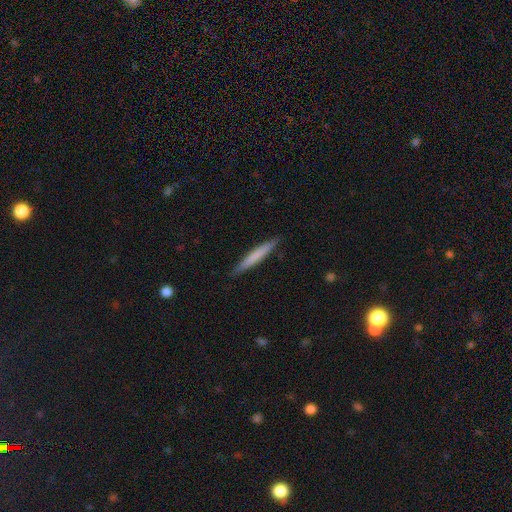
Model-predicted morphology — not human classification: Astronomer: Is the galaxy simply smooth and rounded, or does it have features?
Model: smooth — 65%.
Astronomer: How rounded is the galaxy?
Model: cigar-shaped — 96%.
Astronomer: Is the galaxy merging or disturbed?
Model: none — 90%.